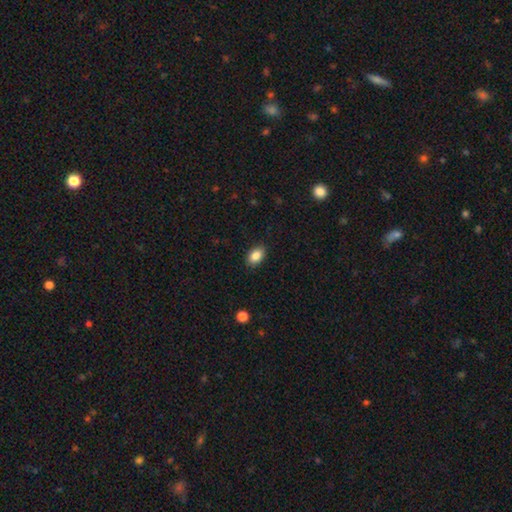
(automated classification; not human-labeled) Smooth or featured: smooth — 87% (star or artifact — 8%)
How rounded: in between — 88% (round — 11%)
Merging: none — 87% (minor disturbance — 9%)